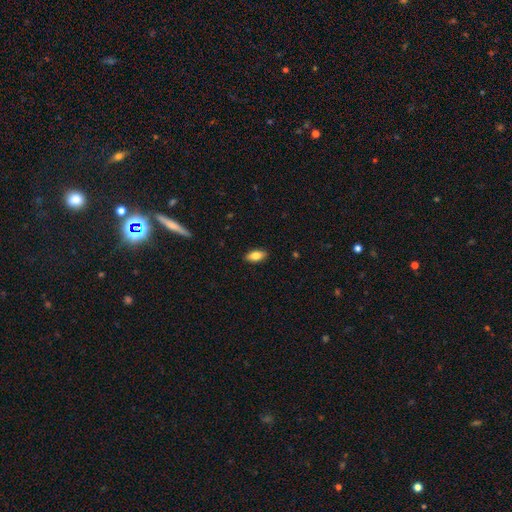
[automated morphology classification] Overall: smooth (78%). How rounded: in between (87%). Merging: none (89%).